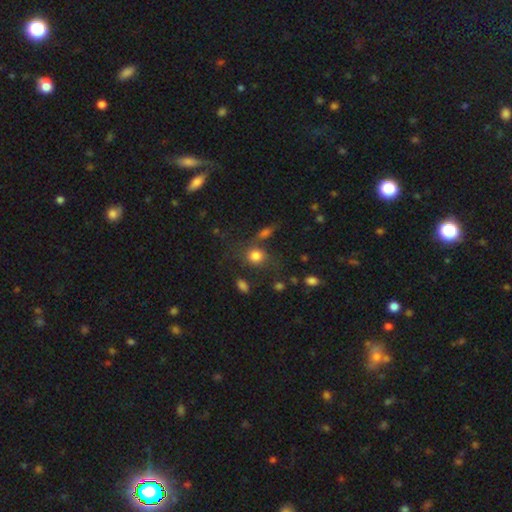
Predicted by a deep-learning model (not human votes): Overall: smooth (80%). How rounded: round (70%). Merging: none (61%).